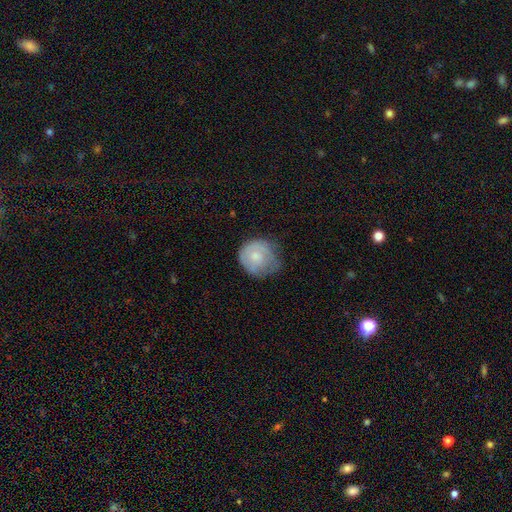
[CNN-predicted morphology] This is likely a smooth galaxy (64%). How rounded: clearly round (81%). Merging: marginally none (42%).